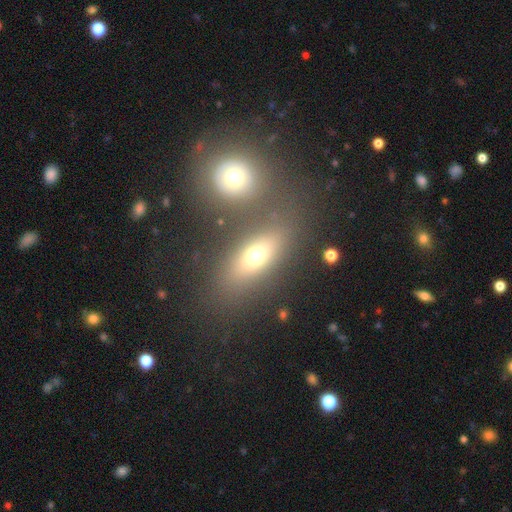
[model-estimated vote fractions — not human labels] A smooth galaxy with no disk features (64%) that is in between round and cigar-shaped (70%). Merging: none (61%).